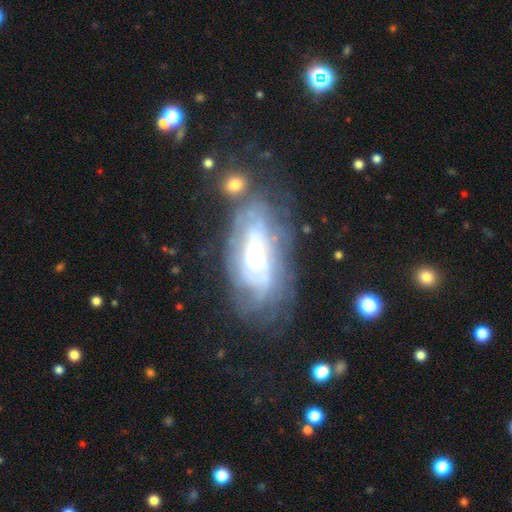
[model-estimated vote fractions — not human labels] This appears to be a featured or disk galaxy (74%) with no bar (72%), tight (67%) spiral arms (79%) and a small central bulge (52%). Merging: none (61%).